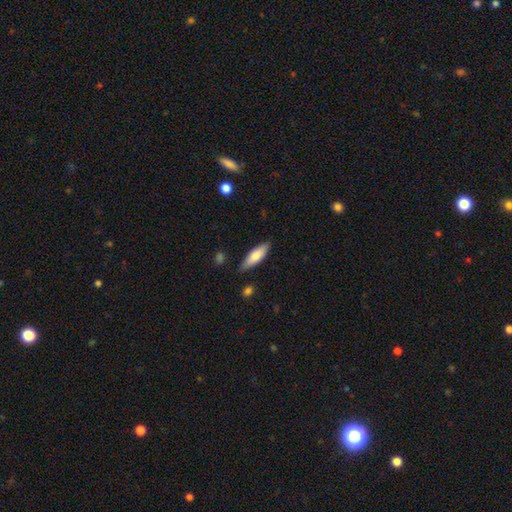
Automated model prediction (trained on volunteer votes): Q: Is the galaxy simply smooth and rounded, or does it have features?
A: smooth — 75%.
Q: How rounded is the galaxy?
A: in between — 50%.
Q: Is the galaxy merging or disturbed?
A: none — 83%.